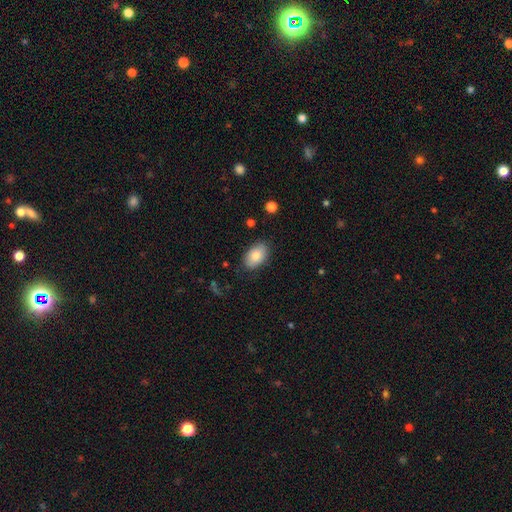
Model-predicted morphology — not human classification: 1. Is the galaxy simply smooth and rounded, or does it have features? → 81% smooth, 11% featured or disk, 7% star or artifact.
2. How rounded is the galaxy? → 92% in between, 7% round, 1% cigar-shaped.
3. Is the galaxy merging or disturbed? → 84% none, 12% minor disturbance, 3% major disturbance, 1% merger.